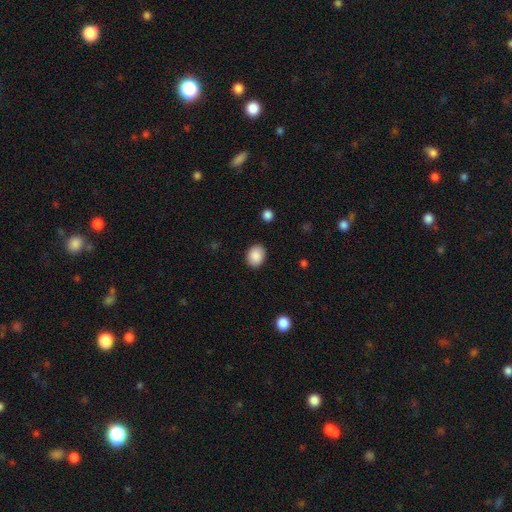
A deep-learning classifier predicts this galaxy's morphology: The model was most divided on "how rounded": in between: 64%, round: 36%, cigar-shaped: 1%. More confident: smooth or featured — smooth (89%); merging — none (88%).